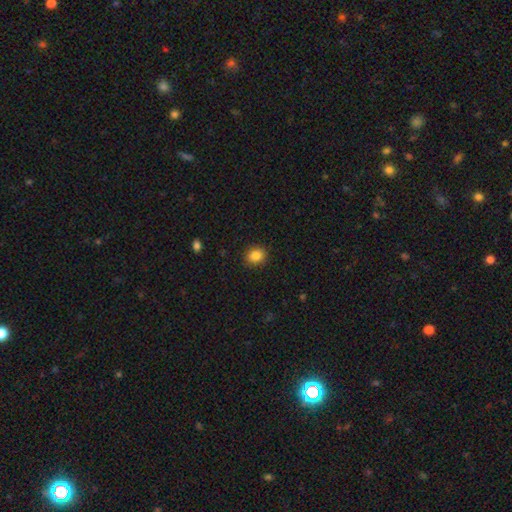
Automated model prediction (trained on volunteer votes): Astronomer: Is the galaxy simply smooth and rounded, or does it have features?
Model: smooth — 85%.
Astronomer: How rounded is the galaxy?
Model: round — 62%.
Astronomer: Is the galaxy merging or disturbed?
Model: none — 90%.